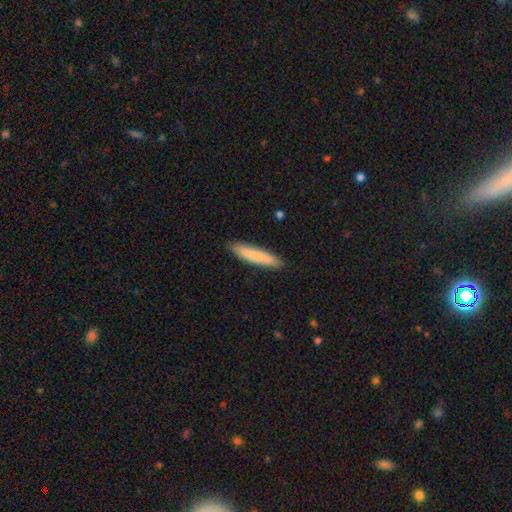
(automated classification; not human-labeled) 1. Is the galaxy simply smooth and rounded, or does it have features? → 81% smooth, 13% featured or disk, 5% star or artifact.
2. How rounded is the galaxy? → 89% cigar-shaped, 10% in between, 1% round.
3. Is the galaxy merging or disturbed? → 89% none, 9% minor disturbance, 2% major disturbance, 1% merger.